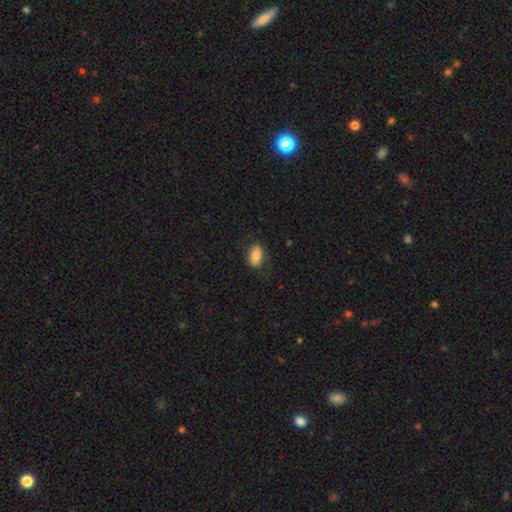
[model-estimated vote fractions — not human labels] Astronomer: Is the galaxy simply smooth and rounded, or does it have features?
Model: smooth — 78%.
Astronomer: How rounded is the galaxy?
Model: in between — 88%.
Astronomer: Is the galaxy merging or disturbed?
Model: none — 74%.